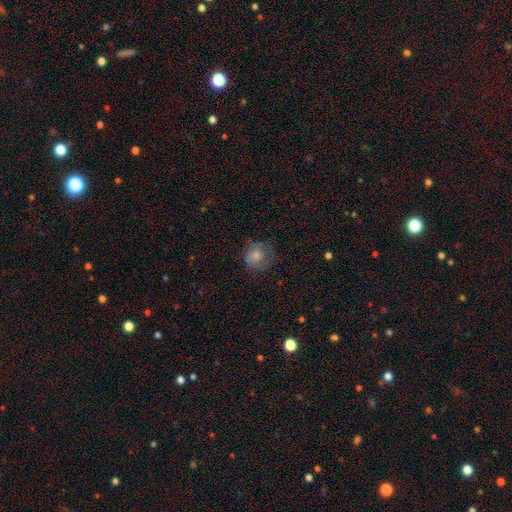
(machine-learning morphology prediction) type=smooth (62%); roundness=round (80%); merging=none (59%).